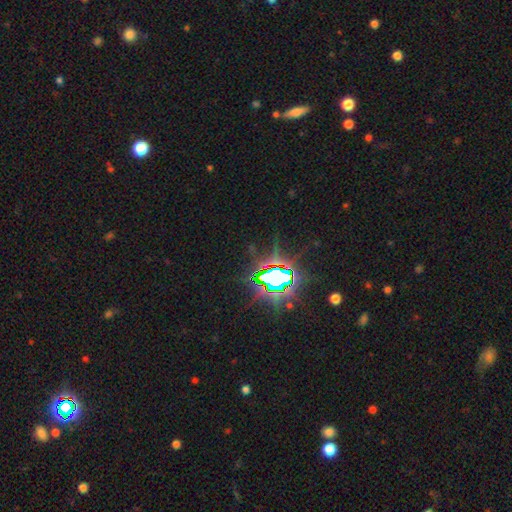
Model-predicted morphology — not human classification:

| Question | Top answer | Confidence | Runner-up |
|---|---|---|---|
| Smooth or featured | star or artifact | 83% | smooth (10%) |